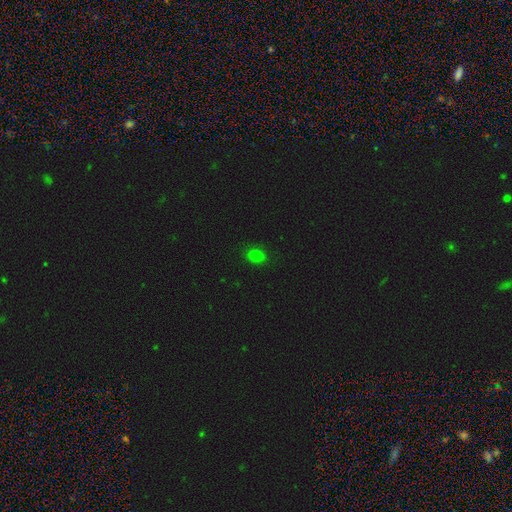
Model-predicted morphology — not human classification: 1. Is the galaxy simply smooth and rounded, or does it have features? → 79% smooth, 16% star or artifact, 5% featured or disk.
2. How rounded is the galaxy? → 65% in between, 34% round, 1% cigar-shaped.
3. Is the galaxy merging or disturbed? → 88% none, 9% minor disturbance, 2% major disturbance, 1% merger.